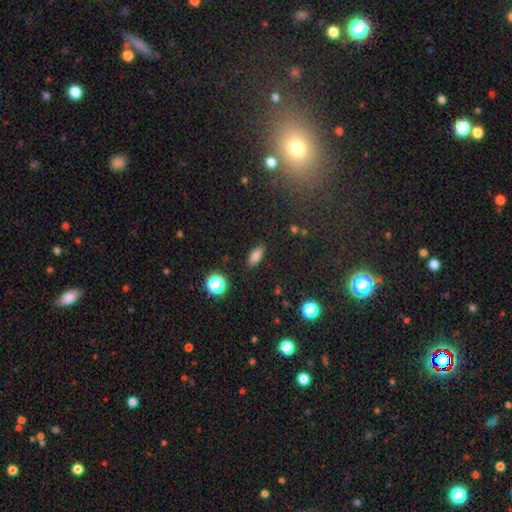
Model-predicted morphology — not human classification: A smooth galaxy with no disk features (79%) that is in between round and cigar-shaped (78%). Merging: none (86%).